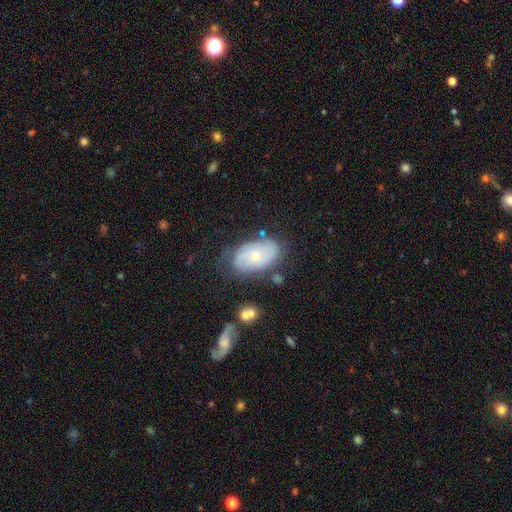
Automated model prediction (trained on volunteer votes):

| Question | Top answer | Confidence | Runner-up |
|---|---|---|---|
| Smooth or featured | featured or disk | 53% | smooth (40%) |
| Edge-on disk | no | 93% | yes (7%) |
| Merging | none | 66% | minor disturbance (22%) |